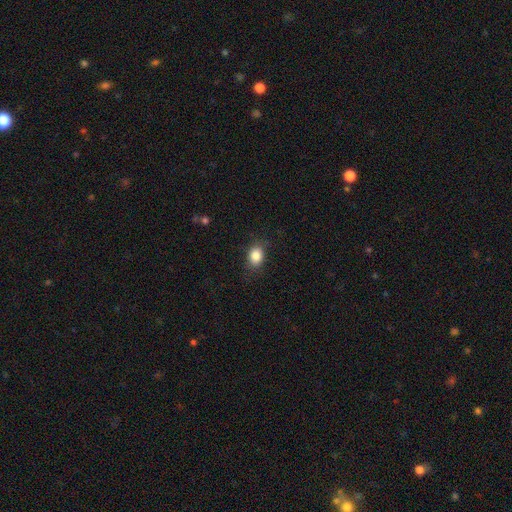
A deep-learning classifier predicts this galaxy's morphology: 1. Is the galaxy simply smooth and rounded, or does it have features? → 85% smooth, 9% star or artifact, 6% featured or disk.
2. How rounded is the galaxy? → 61% in between, 38% round, 1% cigar-shaped.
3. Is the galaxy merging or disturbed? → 80% none, 14% minor disturbance, 4% major disturbance, 1% merger.